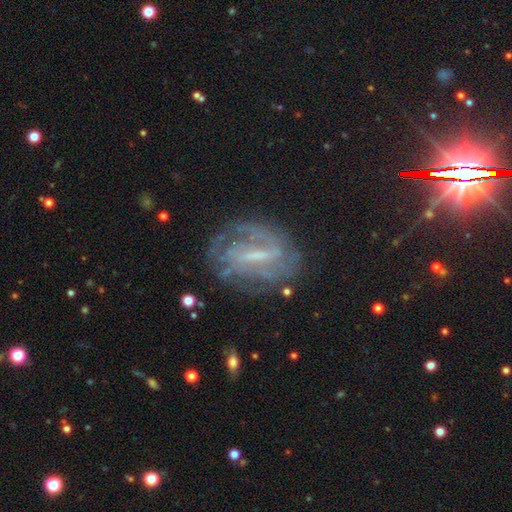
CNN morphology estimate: type=featured or disk (78%); edge-on=no (93%); bar=strong (54%); spiral arms=yes (84%); winding=tight (56%); arm count=can't tell (44%); bulge=small (41%); merging=none (70%).